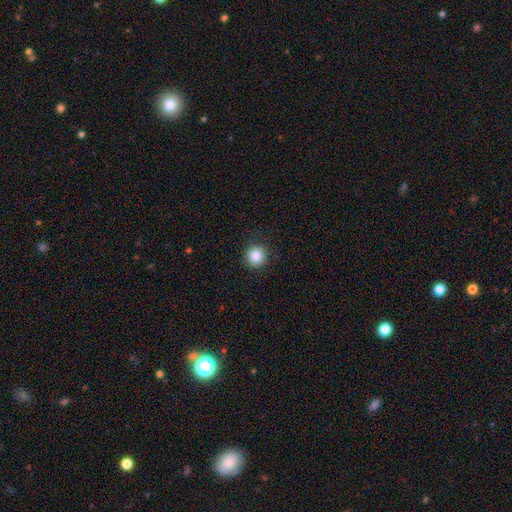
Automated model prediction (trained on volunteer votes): Q: Smooth or featured?
A: smooth (85%); runner-up: star or artifact (10%)
Q: How rounded?
A: round (92%); runner-up: in between (7%)
Q: Merging?
A: none (89%); runner-up: minor disturbance (8%)